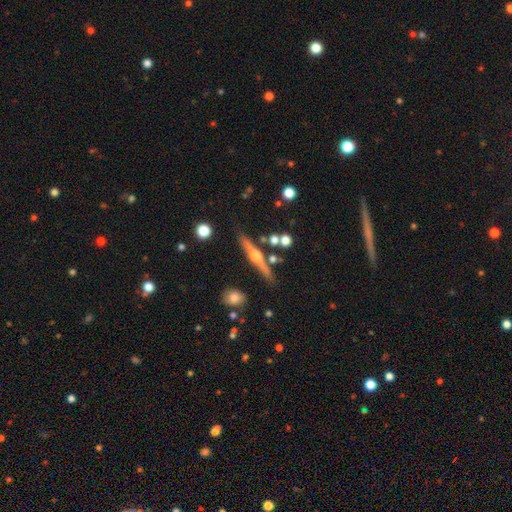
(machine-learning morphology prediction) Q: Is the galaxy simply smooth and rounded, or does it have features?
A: featured or disk — 72%.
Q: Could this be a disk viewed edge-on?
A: yes — 97%.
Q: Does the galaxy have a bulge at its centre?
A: rounded — 94%.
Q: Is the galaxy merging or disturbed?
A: none — 81%.